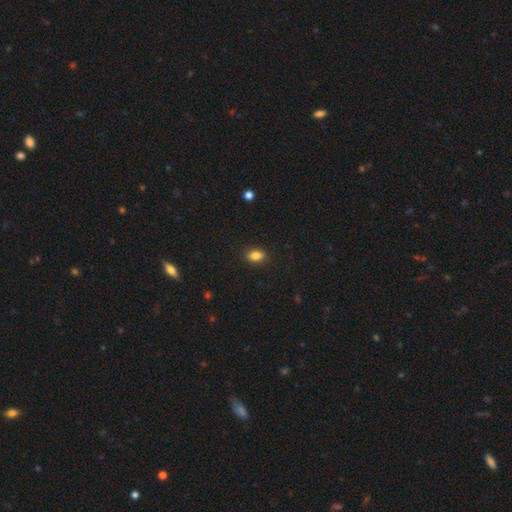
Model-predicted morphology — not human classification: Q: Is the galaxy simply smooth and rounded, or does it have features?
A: smooth — 85%.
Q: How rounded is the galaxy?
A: in between — 84%.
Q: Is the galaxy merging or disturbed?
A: none — 88%.